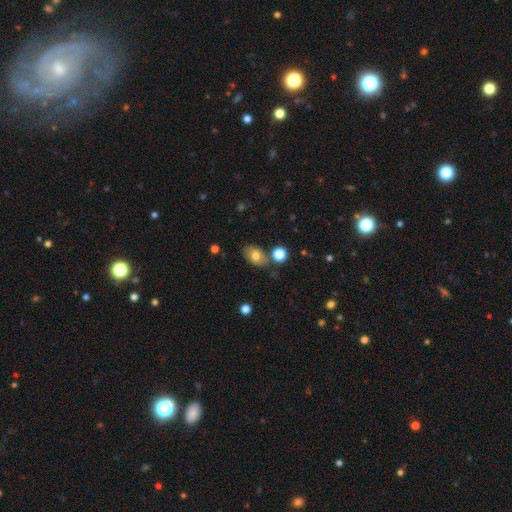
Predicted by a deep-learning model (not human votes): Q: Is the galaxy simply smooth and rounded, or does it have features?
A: smooth — 76%.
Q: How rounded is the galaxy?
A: in between — 83%.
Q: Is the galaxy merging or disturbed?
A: none — 70%.